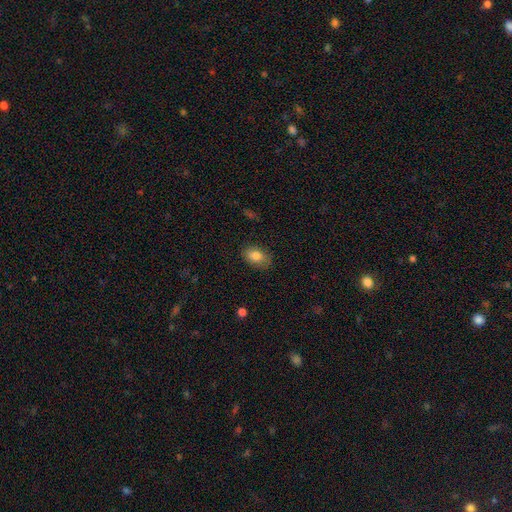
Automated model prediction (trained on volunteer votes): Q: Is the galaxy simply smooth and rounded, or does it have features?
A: smooth — 83%.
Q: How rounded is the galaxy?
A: in between — 85%.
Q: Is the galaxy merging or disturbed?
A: none — 82%.